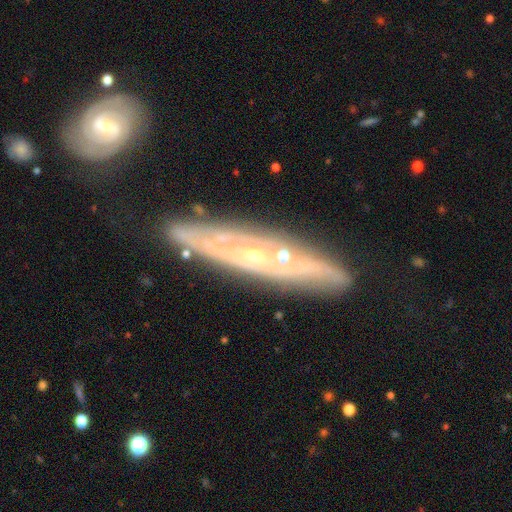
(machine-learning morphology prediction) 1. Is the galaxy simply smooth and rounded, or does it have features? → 81% featured or disk, 13% smooth, 7% star or artifact.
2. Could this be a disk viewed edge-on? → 57% no, 43% yes.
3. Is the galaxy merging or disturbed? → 73% none, 17% minor disturbance, 6% merger, 4% major disturbance.